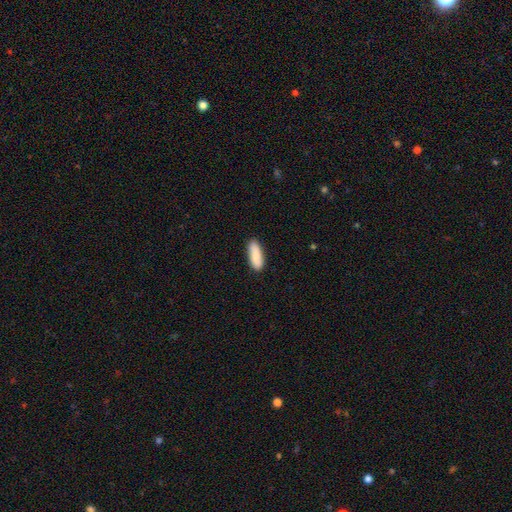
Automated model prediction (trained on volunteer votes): Overall: smooth (86%). How rounded: in between (62%; cigar-shaped 36%). Merging: none (88%).